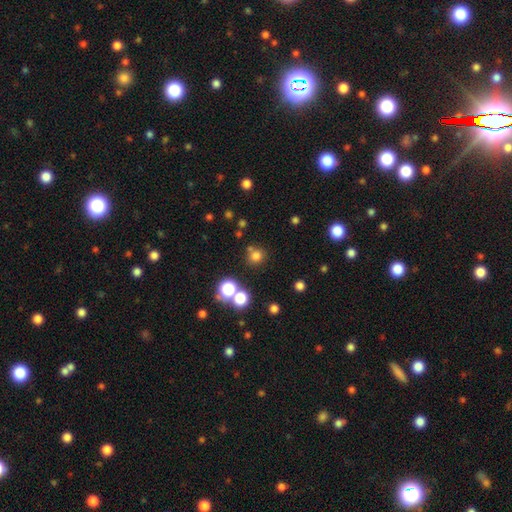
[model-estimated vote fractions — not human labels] Overall: smooth (73%). How rounded: round (90%). Merging: none (75%).